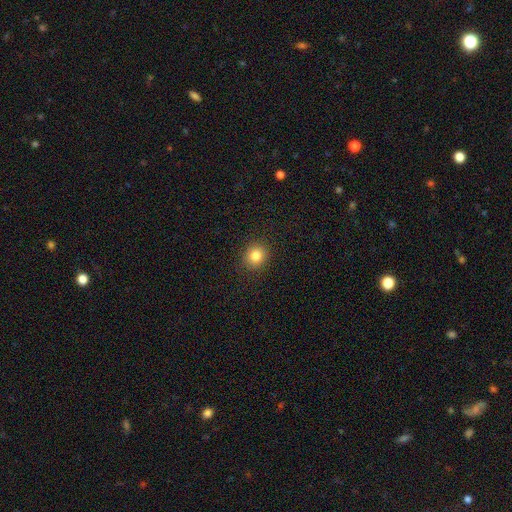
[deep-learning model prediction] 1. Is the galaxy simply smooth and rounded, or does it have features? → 84% smooth, 11% star or artifact, 5% featured or disk.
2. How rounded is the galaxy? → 82% round, 17% in between, 1% cigar-shaped.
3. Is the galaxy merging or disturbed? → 90% none, 6% minor disturbance, 2% major disturbance, 1% merger.